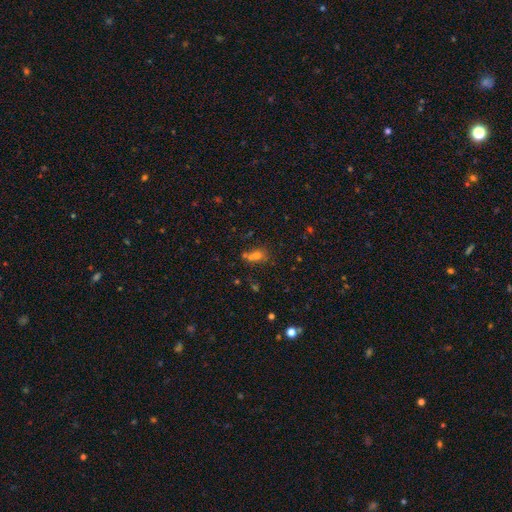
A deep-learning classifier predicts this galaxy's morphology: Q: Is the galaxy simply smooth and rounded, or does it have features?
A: smooth — 58%.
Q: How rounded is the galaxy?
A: round — 67%.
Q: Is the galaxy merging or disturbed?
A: none — 43%.